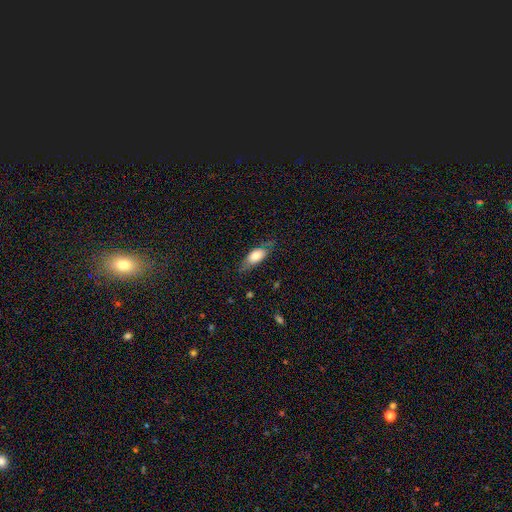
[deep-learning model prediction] A smooth galaxy with no disk features (70%) that is in between round and cigar-shaped (78%). Merging: none (68%).